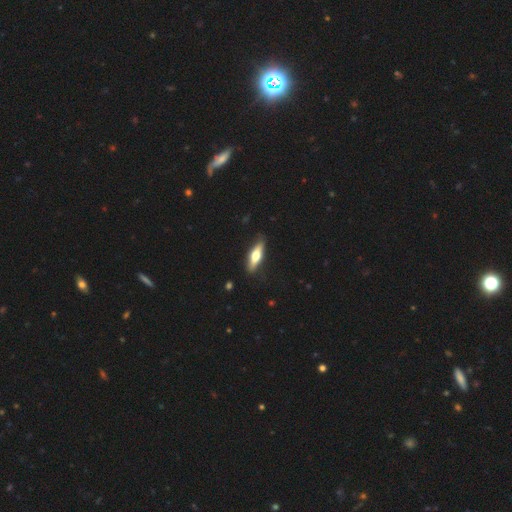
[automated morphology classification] smooth_or_featured: smooth (p=0.52) [alt: featured or disk p=0.43]
how_rounded: cigar-shaped (p=0.60) [alt: in between p=0.38]
merging: none (p=0.85) [alt: minor disturbance p=0.11]